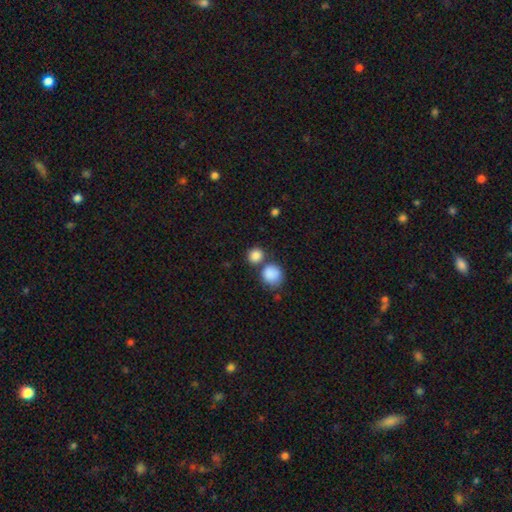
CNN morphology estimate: This appears to be a smooth galaxy with no disk features (86%) that is round (85%). Merging: none (59%).